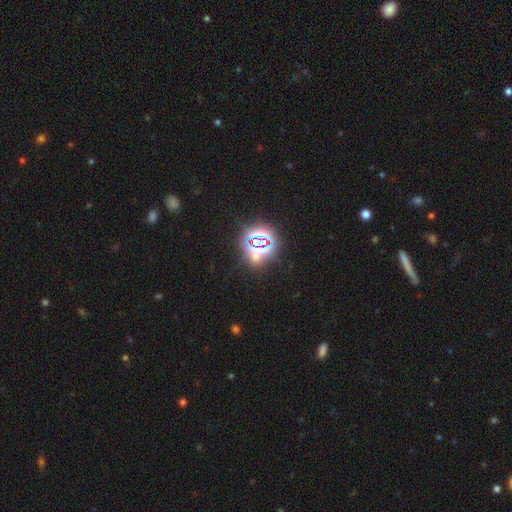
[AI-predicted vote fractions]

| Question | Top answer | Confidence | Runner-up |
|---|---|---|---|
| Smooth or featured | star or artifact | 75% | smooth (16%) |